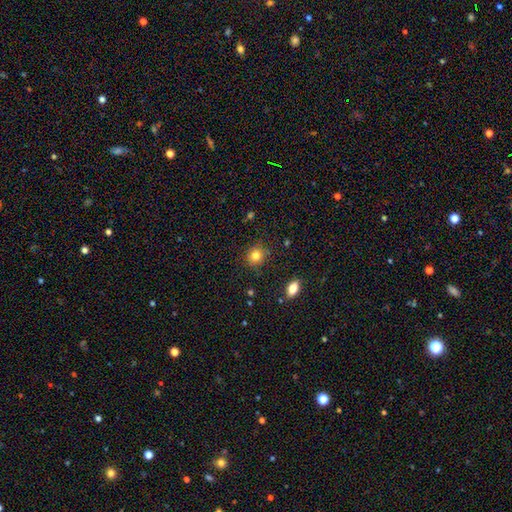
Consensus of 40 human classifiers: Volunteers were most divided on "merging": none: 74%, minor disturbance: 18%, major disturbance: 5%, merger: 3%. More confident: smooth or featured — smooth (95%); how rounded — round (82%).